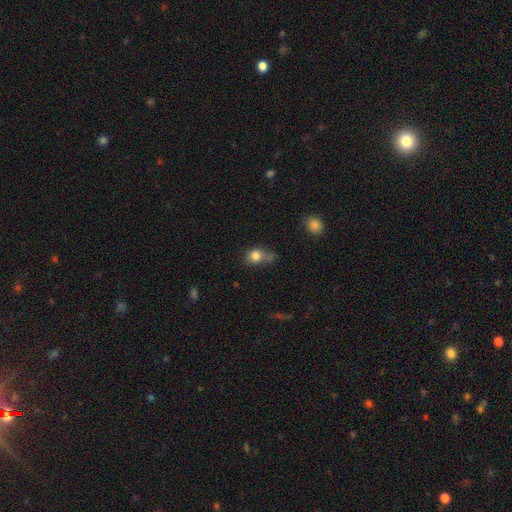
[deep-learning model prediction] The model was most divided on "merging": none: 46%, minor disturbance: 24%, merger: 19%, major disturbance: 11%. More confident: smooth or featured — smooth (81%); how rounded — round (63%).